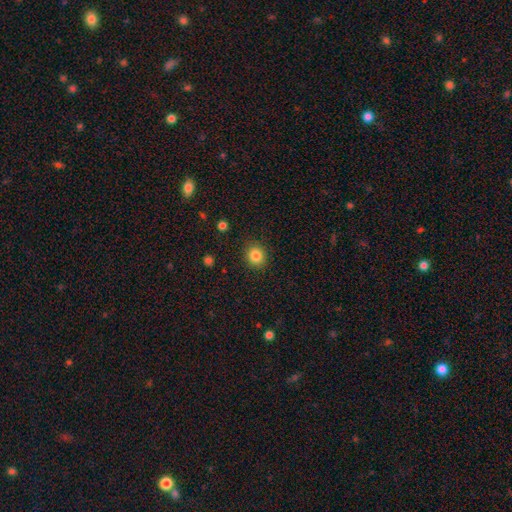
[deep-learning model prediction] Overall: smooth (84%). How rounded: round (82%). Merging: none (89%).